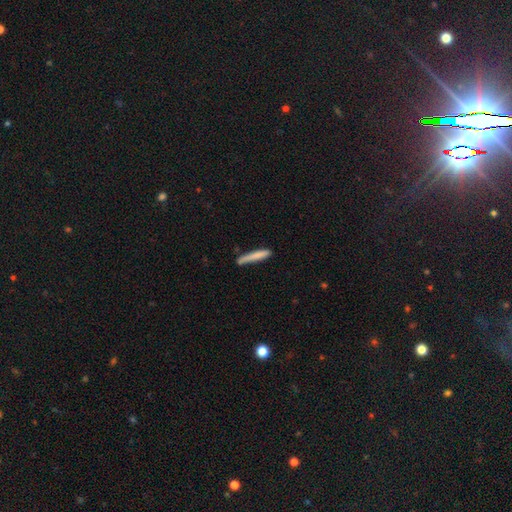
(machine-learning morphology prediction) Smooth or featured?
  - smooth: 78% *
  - featured or disk: 16%
  - star or artifact: 6%
How rounded?
  - cigar-shaped: 94% *
  - in between: 5%
  - round: 1%
Merging?
  - none: 73% *
  - minor disturbance: 19%
  - merger: 4%
  - major disturbance: 4%